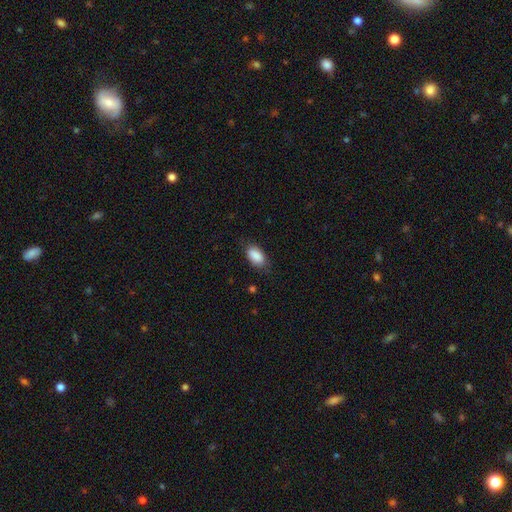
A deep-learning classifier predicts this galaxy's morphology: This appears to be a smooth galaxy with no disk features (88%) that is in between round and cigar-shaped (93%). Merging: none (75%).